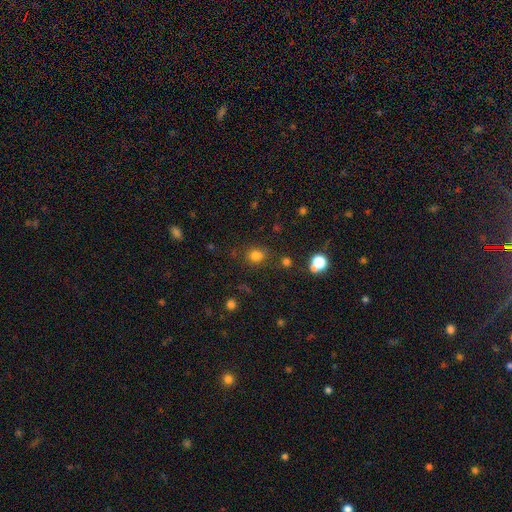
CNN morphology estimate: smooth_or_featured: smooth (p=0.78) [alt: star or artifact p=0.16]
how_rounded: round (p=0.69) [alt: in between p=0.30]
merging: none (p=0.77) [alt: minor disturbance p=0.13]